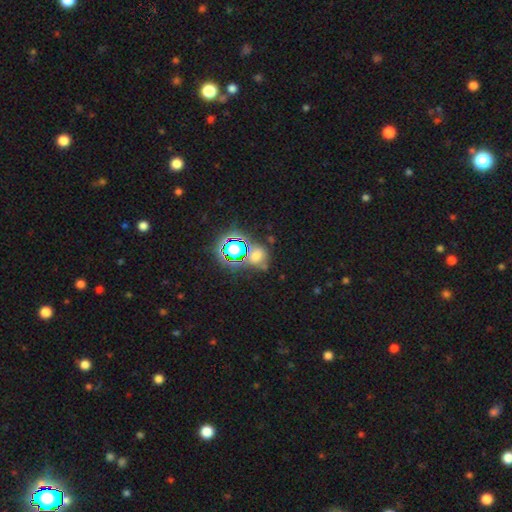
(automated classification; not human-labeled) Q: Smooth or featured?
A: smooth (46%); runner-up: star or artifact (43%)
Q: Merging?
A: none (61%); runner-up: merger (17%)